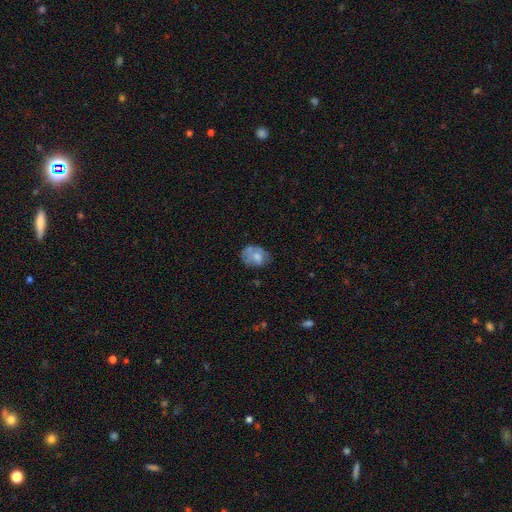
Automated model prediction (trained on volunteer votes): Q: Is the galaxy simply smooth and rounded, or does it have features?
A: smooth — 60%.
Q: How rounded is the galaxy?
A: in between — 68%.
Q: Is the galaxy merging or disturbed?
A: none — 49%.